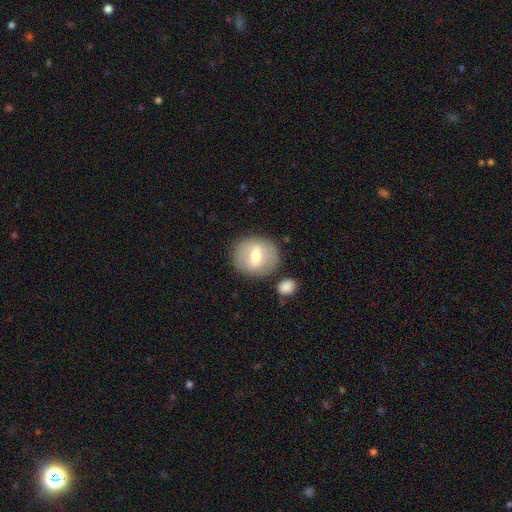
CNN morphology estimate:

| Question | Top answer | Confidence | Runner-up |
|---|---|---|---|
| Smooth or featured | smooth | 53% | featured or disk (40%) |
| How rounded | round | 77% | in between (22%) |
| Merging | none | 80% | minor disturbance (11%) |